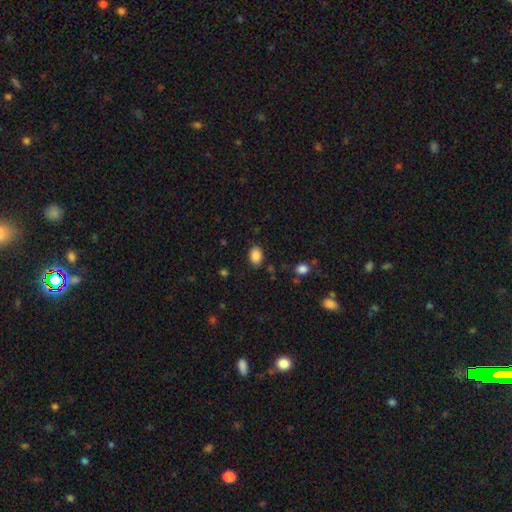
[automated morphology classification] This is clearly a smooth galaxy (87%). How rounded: clearly in between (81%). Merging: clearly none (84%).